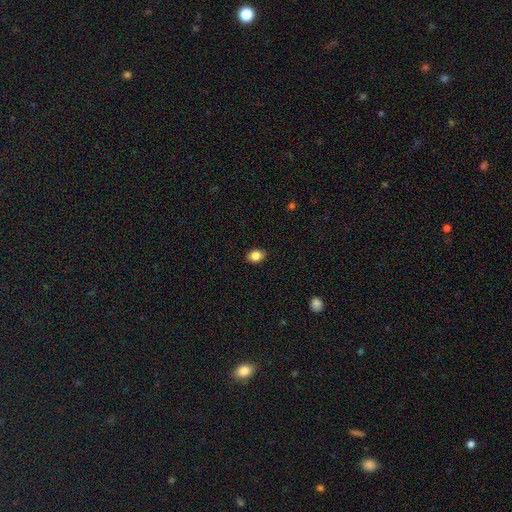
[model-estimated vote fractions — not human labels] A smooth galaxy with no disk features (84%) that is in between round and cigar-shaped (67%). Merging: none (89%).